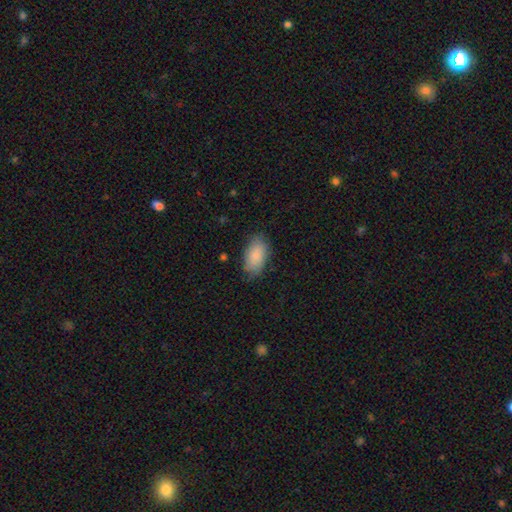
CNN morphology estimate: Smooth or featured?
  - smooth: 84% *
  - featured or disk: 10%
  - star or artifact: 6%
How rounded?
  - in between: 94% *
  - round: 4%
  - cigar-shaped: 3%
Merging?
  - none: 76% *
  - minor disturbance: 19%
  - major disturbance: 4%
  - merger: 1%